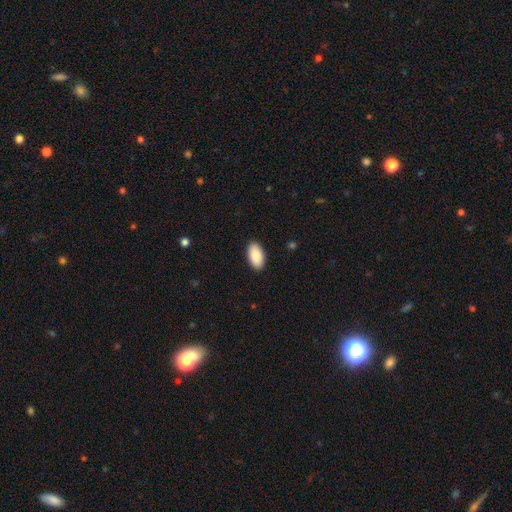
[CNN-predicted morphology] A smooth galaxy with no disk features (90%) that is in between round and cigar-shaped (96%).

Vote fractions:
- Smooth or featured? smooth: 90% / star or artifact: 6% / featured or disk: 5%
- How rounded? in between: 96% / round: 2% / cigar-shaped: 2%
- Merging? none: 90% / minor disturbance: 7% / major disturbance: 2% / merger: 1%